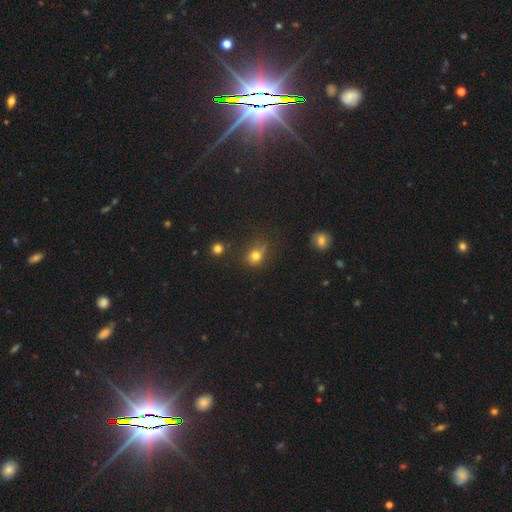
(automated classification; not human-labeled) This appears to be a smooth galaxy with no disk features (71%) that is round (68%). Merging: none (56%).